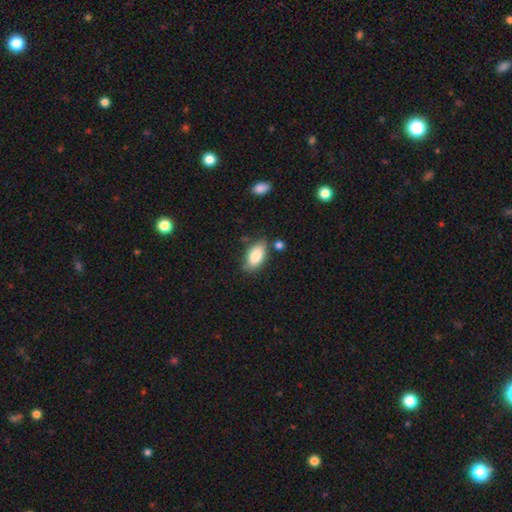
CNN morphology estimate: Smooth or featured? Predicted: smooth (p=0.84). How rounded? Predicted: in between (p=0.92). Merging? Predicted: none (p=0.75).